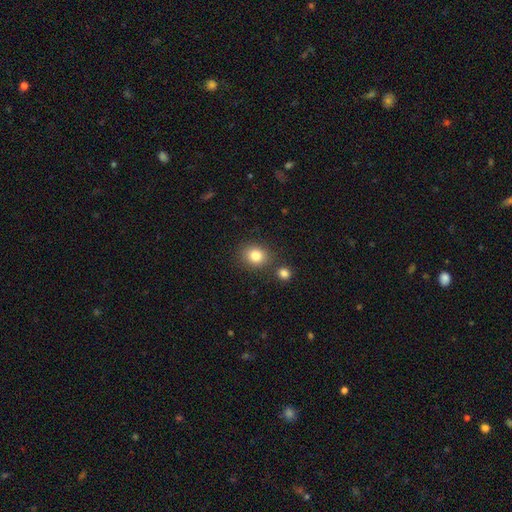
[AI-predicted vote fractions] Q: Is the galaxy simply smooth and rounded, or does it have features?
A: smooth — 82%.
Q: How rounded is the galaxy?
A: round — 68%.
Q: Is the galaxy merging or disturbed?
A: none — 78%.